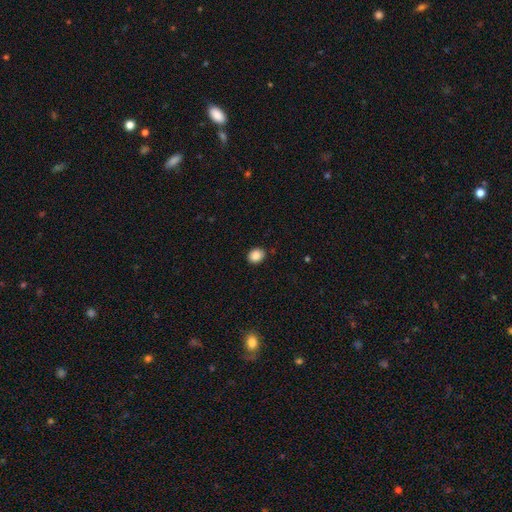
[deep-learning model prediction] Smooth or featured?
  - smooth: 88% *
  - star or artifact: 9%
  - featured or disk: 4%
How rounded?
  - round: 56% *
  - in between: 43%
  - cigar-shaped: 1%
Merging?
  - none: 89% *
  - minor disturbance: 8%
  - major disturbance: 2%
  - merger: 1%